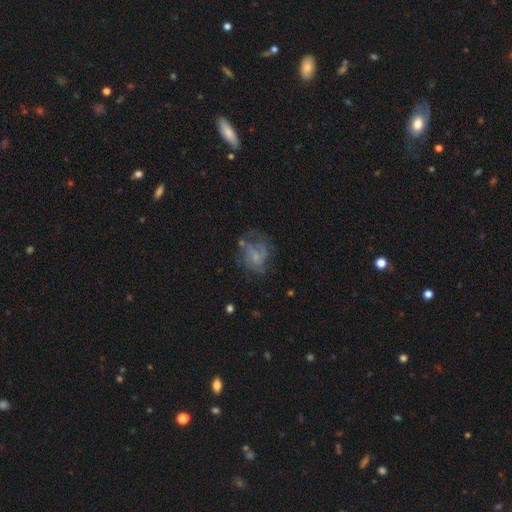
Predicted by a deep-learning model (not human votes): A featured or disk galaxy (62%) with no bar (62%), spiral arms (66%) and a small central bulge (48%).

Vote fractions:
- Smooth or featured? featured or disk: 62% / smooth: 27% / star or artifact: 11%
- Edge-on disk? no: 98% / yes: 2%
- Bar? no: 62% / weak: 32% / strong: 6%
- Spiral arms? yes: 66% / no: 34%
- Bulge size? small: 48% / none: 33% / moderate: 16% / large: 2% / dominant: 1%
- Merging? none: 41% / major disturbance: 32% / minor disturbance: 22% / merger: 5%